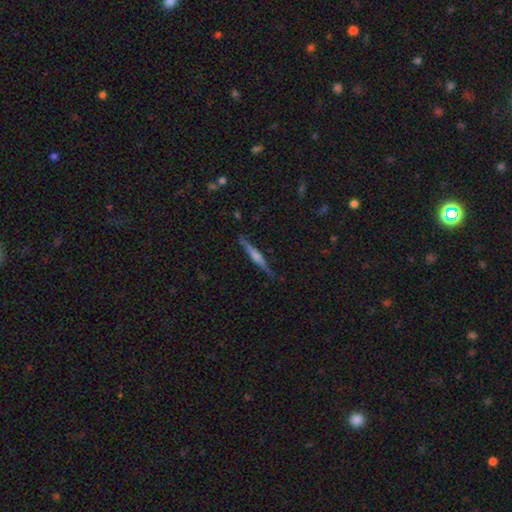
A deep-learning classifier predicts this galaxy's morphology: Overall: featured or disk (69%). Edge-on disk: yes (98%). Edge-on bulge: rounded (66%). Merging: none (88%).